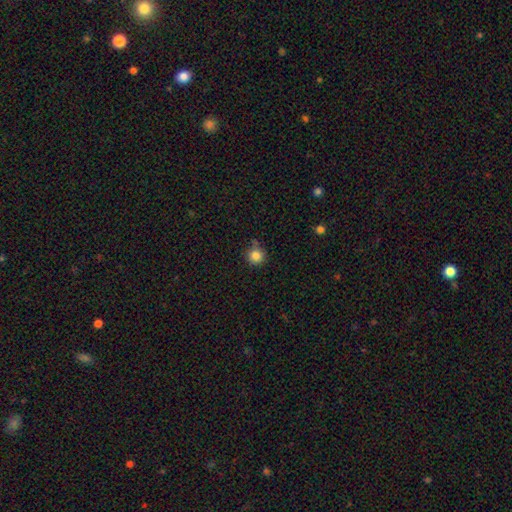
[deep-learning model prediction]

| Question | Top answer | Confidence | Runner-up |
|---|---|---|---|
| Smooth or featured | smooth | 84% | star or artifact (11%) |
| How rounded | round | 94% | in between (5%) |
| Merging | none | 80% | minor disturbance (12%) |